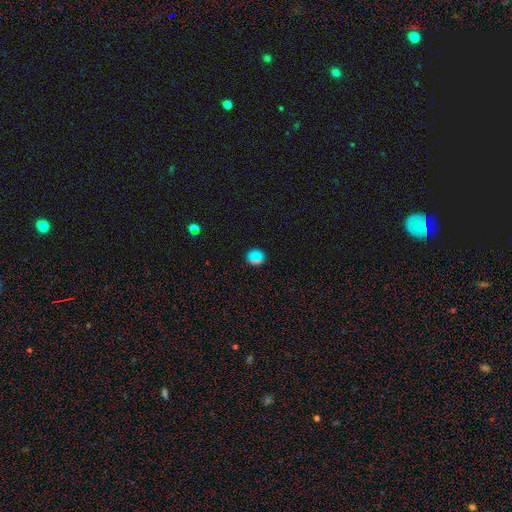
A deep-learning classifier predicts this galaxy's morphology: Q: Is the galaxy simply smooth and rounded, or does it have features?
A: smooth — 70%.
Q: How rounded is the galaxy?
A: round — 82%.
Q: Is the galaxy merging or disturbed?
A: none — 84%.